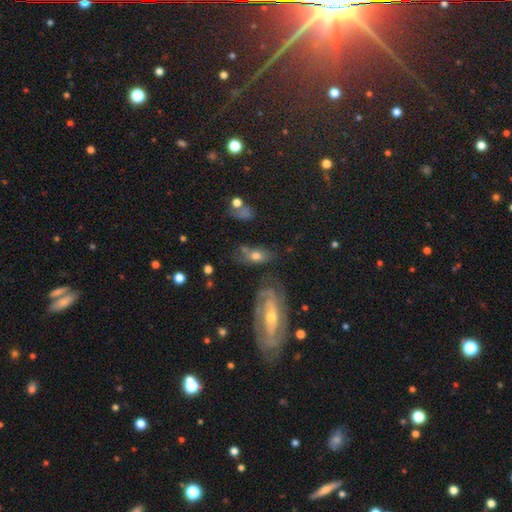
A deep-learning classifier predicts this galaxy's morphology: Smooth or featured: smooth — 49% (featured or disk — 40%)
Merging: none — 51% (minor disturbance — 23%)